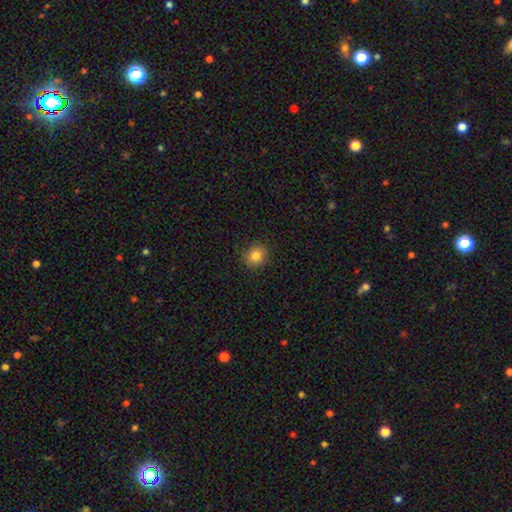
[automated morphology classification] This appears to be a smooth galaxy with no disk features (83%) that is round (82%). Merging: none (88%).